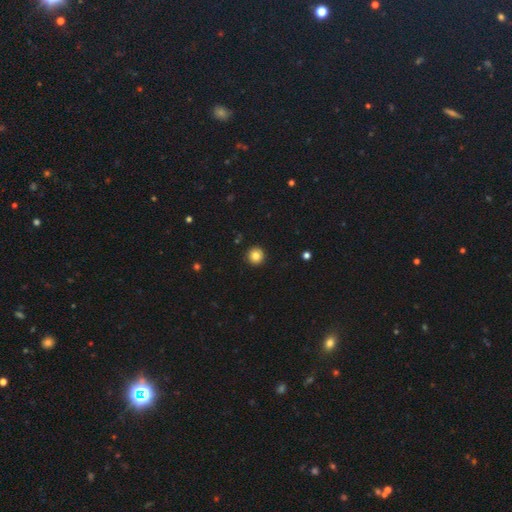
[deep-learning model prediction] smooth_or_featured: smooth (p=0.84) [alt: star or artifact p=0.11]
how_rounded: round (p=0.96) [alt: in between p=0.03]
merging: none (p=0.93) [alt: minor disturbance p=0.04]